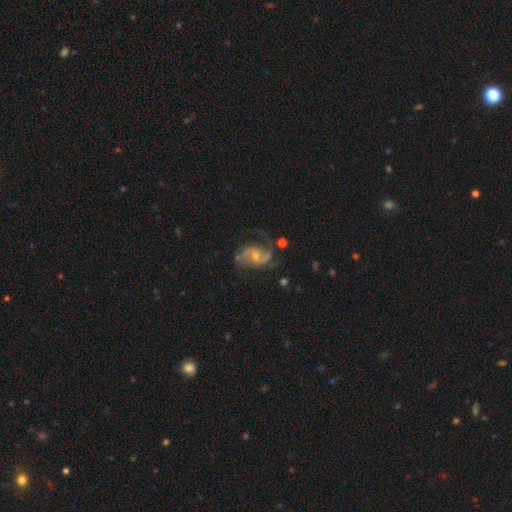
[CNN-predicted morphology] Q: Smooth or featured?
A: featured or disk (89%); runner-up: star or artifact (6%)
Q: Edge-on disk?
A: no (98%); runner-up: yes (2%)
Q: Bar?
A: weak (47%); runner-up: no (41%)
Q: Spiral arms?
A: yes (97%); runner-up: no (3%)
Q: Spiral winding?
A: medium (51%); runner-up: loose (37%)
Q: Spiral arm count?
A: 2 (91%); runner-up: can't tell (3%)
Q: Bulge size?
A: small (56%); runner-up: moderate (36%)
Q: Merging?
A: none (64%); runner-up: minor disturbance (20%)